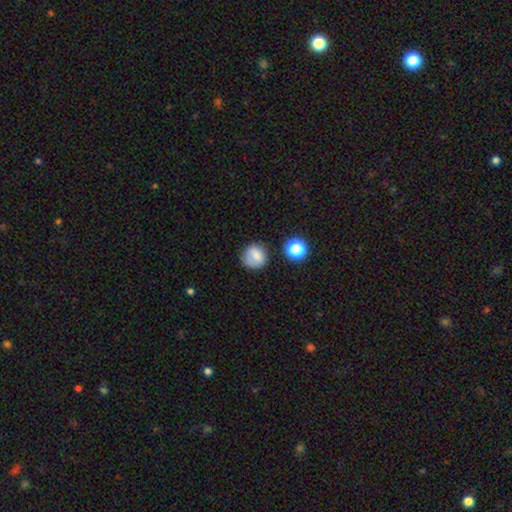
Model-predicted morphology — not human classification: A smooth galaxy with no disk features (77%) that is round (83%).

Vote fractions:
- Smooth or featured? smooth: 77% / star or artifact: 11% / featured or disk: 11%
- How rounded? round: 83% / in between: 16% / cigar-shaped: 1%
- Merging? none: 73% / minor disturbance: 17% / major disturbance: 5% / merger: 5%